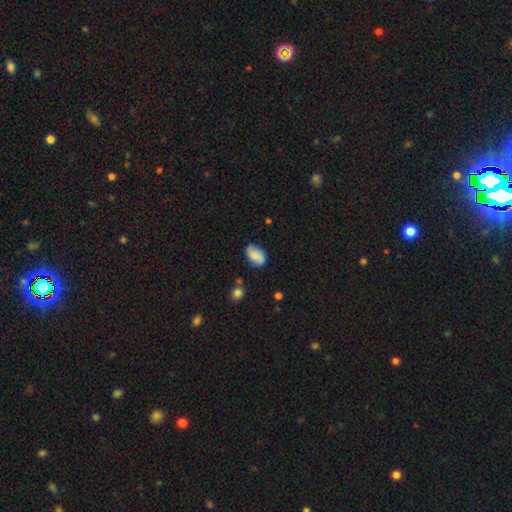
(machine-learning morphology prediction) Smooth or featured? smooth (59%)
How rounded? in between (84%)
Merging? none (74%)